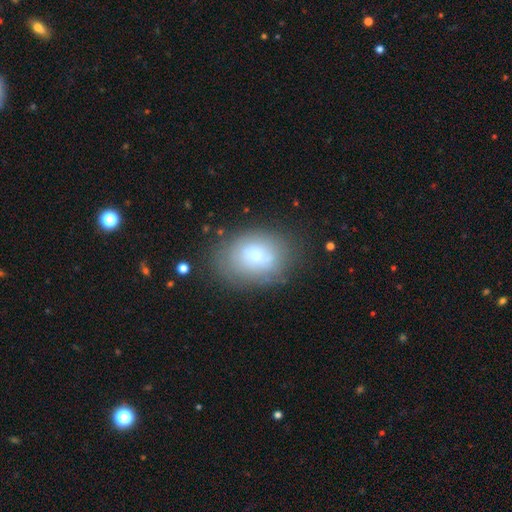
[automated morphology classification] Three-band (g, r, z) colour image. It shows a smooth galaxy with no disk features (70%) that is in between round and cigar-shaped (67%). Merging: none (66%).